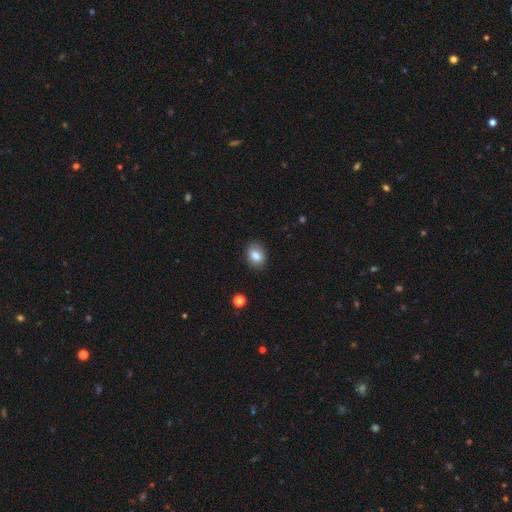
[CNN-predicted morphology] A smooth galaxy with no disk features (83%) that is in between round and cigar-shaped (66%).

Vote fractions:
- Smooth or featured? smooth: 83% / star or artifact: 9% / featured or disk: 8%
- How rounded? in between: 66% / round: 33% / cigar-shaped: 1%
- Merging? none: 83% / minor disturbance: 13% / major disturbance: 3% / merger: 1%